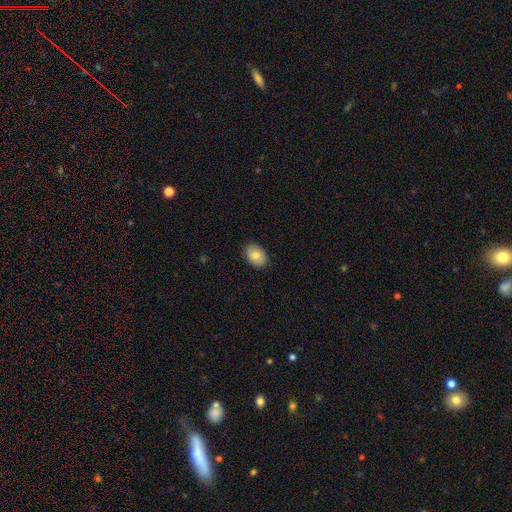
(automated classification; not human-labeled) smooth_or_featured: smooth (p=0.78) [alt: featured or disk p=0.15]
how_rounded: in between (p=0.73) [alt: round p=0.26]
merging: none (p=0.87) [alt: minor disturbance p=0.10]